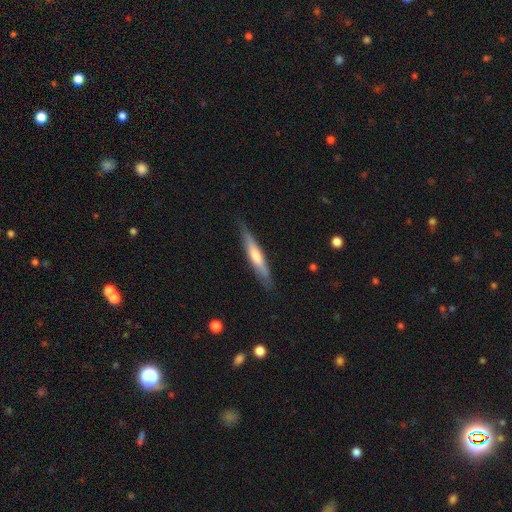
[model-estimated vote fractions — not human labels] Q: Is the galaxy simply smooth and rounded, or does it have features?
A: smooth — 50%.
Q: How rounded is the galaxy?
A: cigar-shaped — 91%.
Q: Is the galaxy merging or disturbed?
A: none — 85%.